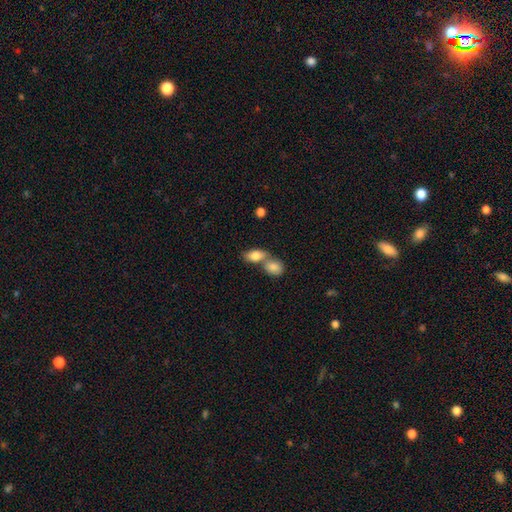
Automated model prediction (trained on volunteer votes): This appears to be a smooth galaxy with no disk features (84%) that is in between round and cigar-shaped (87%). Merging: merger (60%).